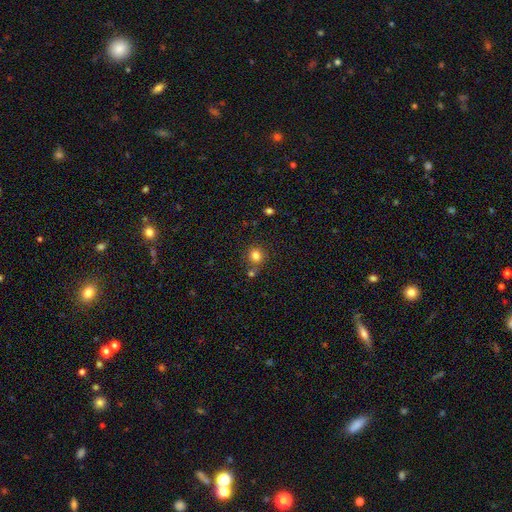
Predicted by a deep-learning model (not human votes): Smooth or featured: smooth — 81% (star or artifact — 12%)
How rounded: round — 85% (in between — 14%)
Merging: none — 69% (merger — 17%)